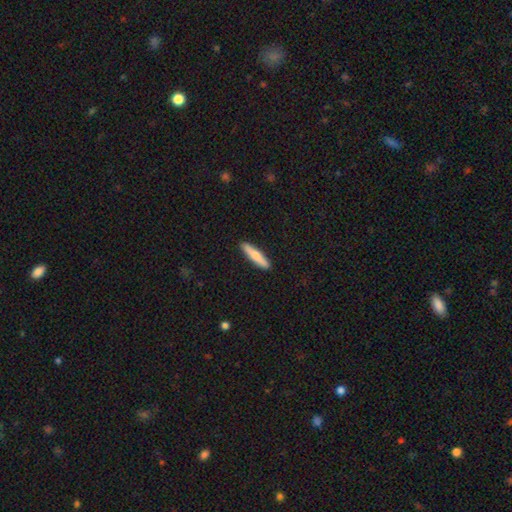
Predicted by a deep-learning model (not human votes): A smooth galaxy with no disk features (64%) that is cigar-shaped (88%). Merging: none (91%).